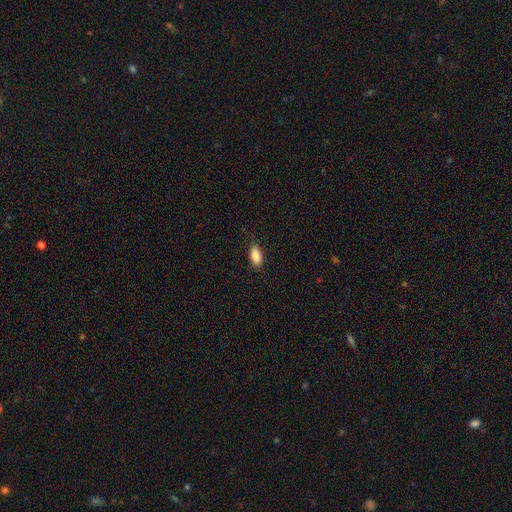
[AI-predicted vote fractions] Smooth or featured: smooth — 88% (star or artifact — 7%)
How rounded: in between — 89% (cigar-shaped — 8%)
Merging: none — 82% (minor disturbance — 15%)